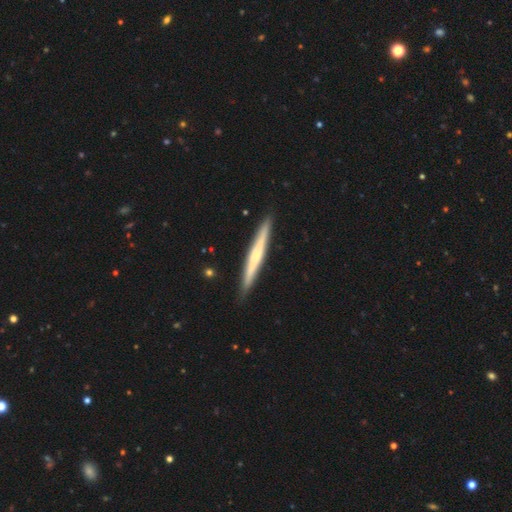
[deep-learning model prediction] This is likely a featured or disk galaxy (61%). It is clearly viewed edge-on (97%). Edge-on bulge: possibly rounded (50%). Merging: clearly none (91%).